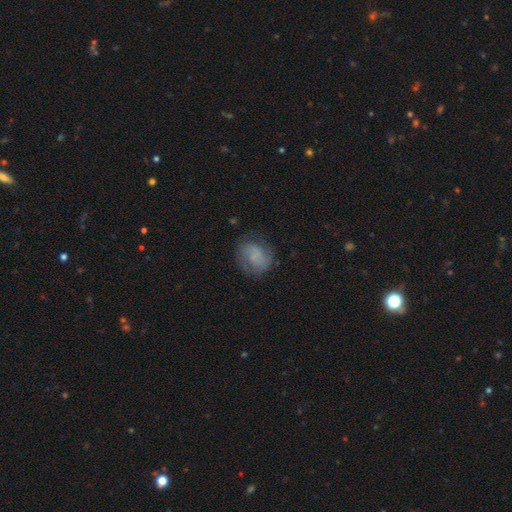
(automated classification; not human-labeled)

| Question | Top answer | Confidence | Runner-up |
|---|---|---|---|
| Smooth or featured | smooth | 58% | featured or disk (32%) |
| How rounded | round | 60% | in between (39%) |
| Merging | none | 63% | minor disturbance (23%) |